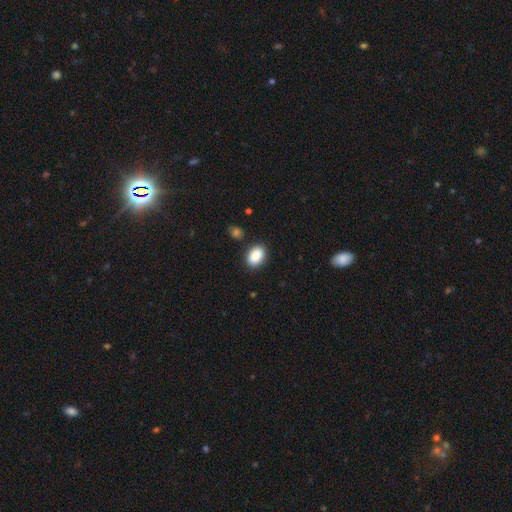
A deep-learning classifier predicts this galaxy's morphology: This appears to be a smooth galaxy with no disk features (89%) that is in between round and cigar-shaped (85%). Merging: none (86%).